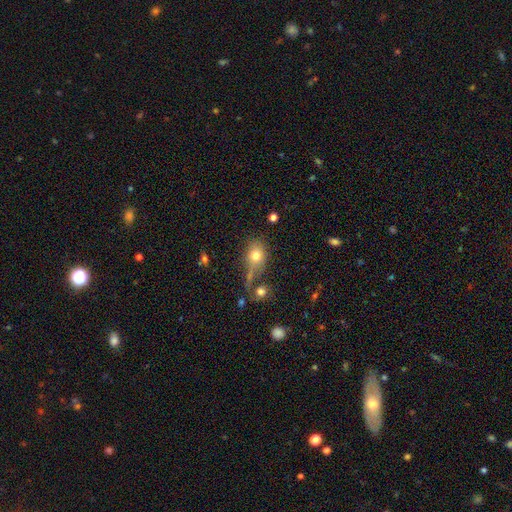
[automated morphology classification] Smooth or featured: smooth — 76% (featured or disk — 13%)
How rounded: in between — 56% (round — 42%)
Merging: none — 48% (merger — 23%)